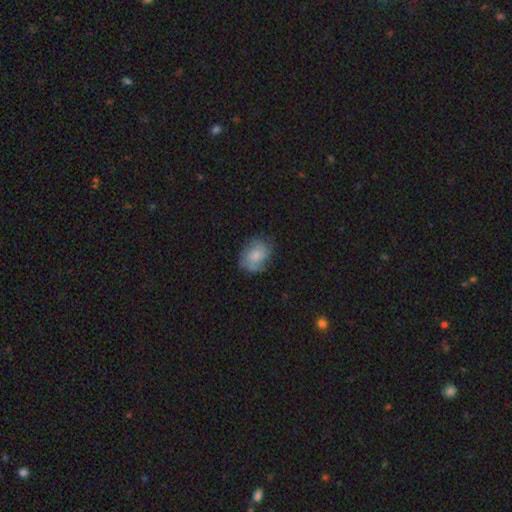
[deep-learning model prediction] This is possibly a smooth galaxy (50%). How rounded: possibly in between (59%). Merging: likely none (64%).